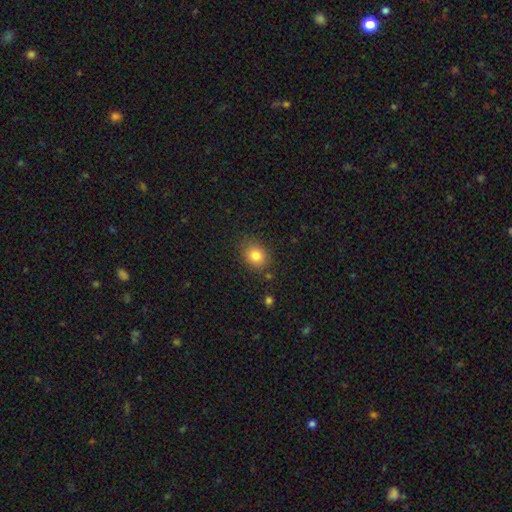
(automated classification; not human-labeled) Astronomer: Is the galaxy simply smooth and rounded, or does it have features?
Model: smooth — 82%.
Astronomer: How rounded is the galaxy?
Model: round — 58% (runner-up: in between, 42%).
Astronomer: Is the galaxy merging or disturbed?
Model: none — 82%.